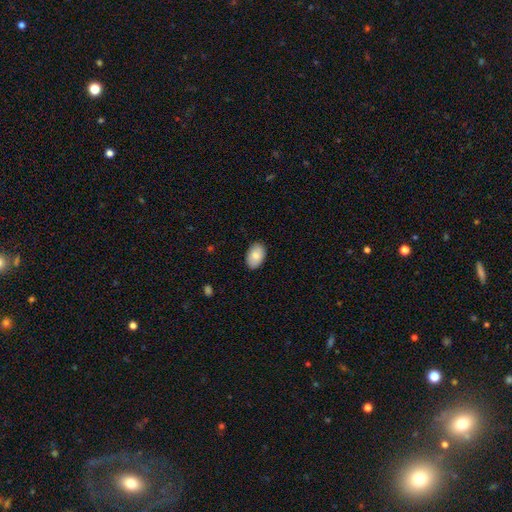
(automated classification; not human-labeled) The model was most divided on "smooth or featured": smooth: 81%, featured or disk: 12%, star or artifact: 6%. More confident: how rounded — in between (90%); merging — none (86%).